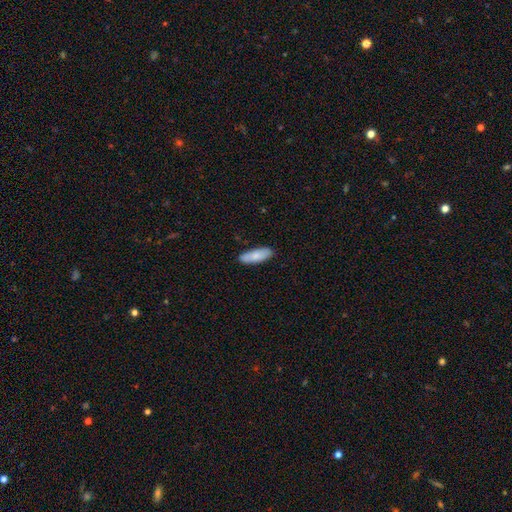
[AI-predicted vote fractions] Smooth or featured?
  - smooth: 81% *
  - featured or disk: 13%
  - star or artifact: 5%
How rounded?
  - in between: 61% *
  - cigar-shaped: 37%
  - round: 2%
Merging?
  - none: 87% *
  - minor disturbance: 10%
  - major disturbance: 2%
  - merger: 1%